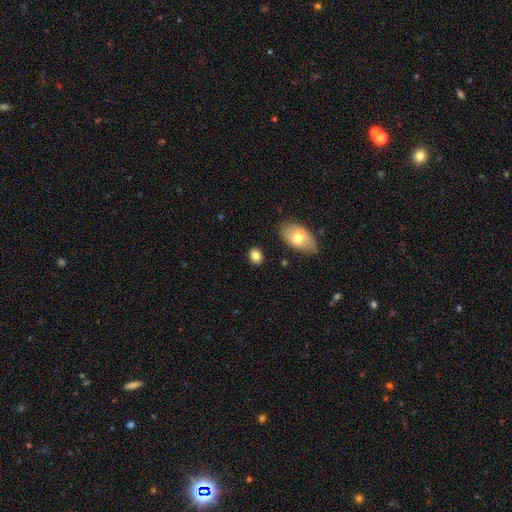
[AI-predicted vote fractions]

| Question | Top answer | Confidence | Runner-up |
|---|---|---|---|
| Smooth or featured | smooth | 80% | featured or disk (10%) |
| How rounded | round | 53% | in between (45%) |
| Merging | none | 84% | minor disturbance (10%) |